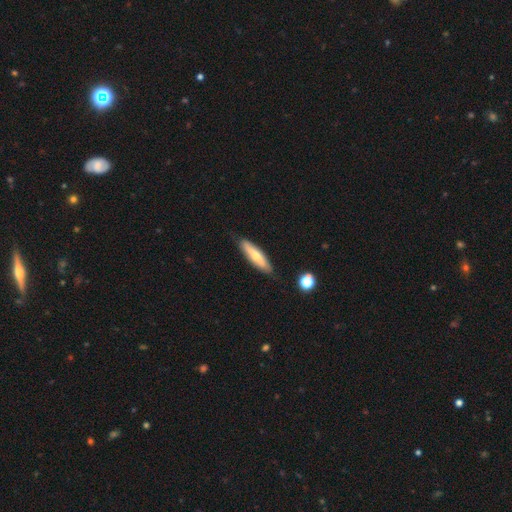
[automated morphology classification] This is possibly a smooth galaxy (57%). How rounded: likely cigar-shaped (76%). Merging: clearly none (83%).